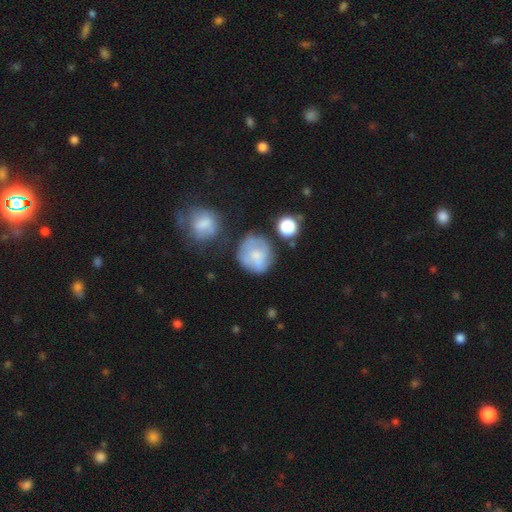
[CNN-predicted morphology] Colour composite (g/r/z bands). It shows a smooth galaxy with no disk features (62%) that is round (81%). Merging: none (55%).